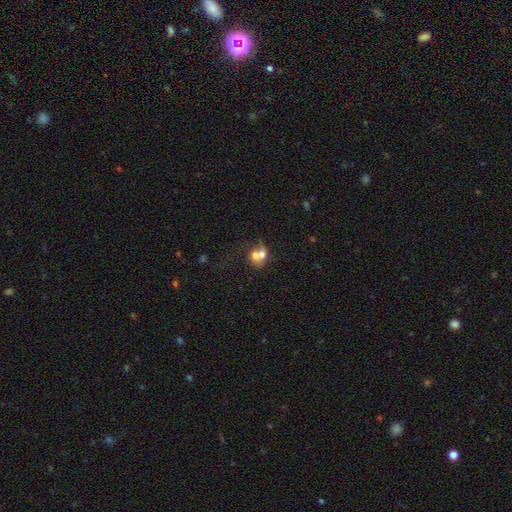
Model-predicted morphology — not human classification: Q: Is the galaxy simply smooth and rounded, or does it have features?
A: smooth — 63%.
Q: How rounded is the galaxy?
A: round — 60%.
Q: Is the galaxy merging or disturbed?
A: merger — 70%.